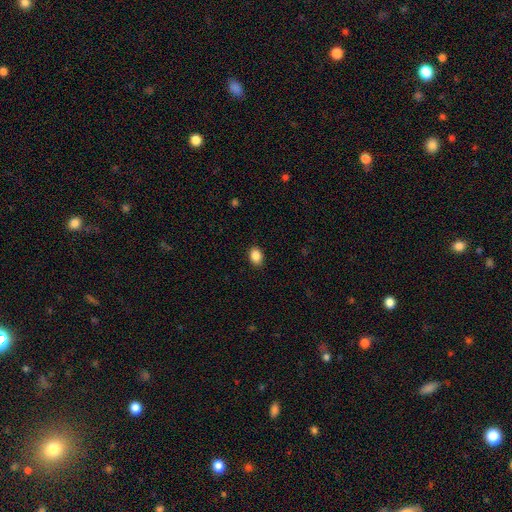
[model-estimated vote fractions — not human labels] This is clearly a smooth galaxy (87%). How rounded: likely in between (68%). Merging: clearly none (90%).